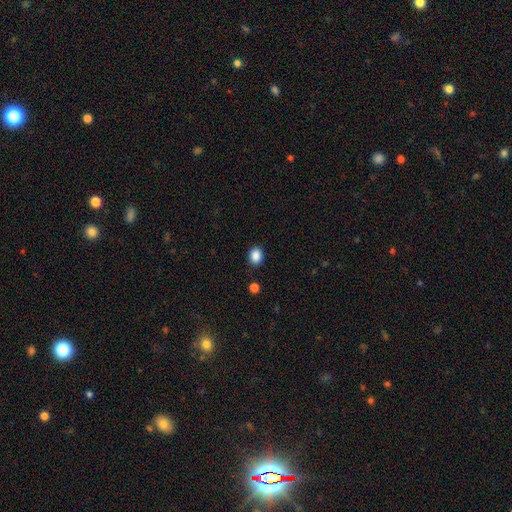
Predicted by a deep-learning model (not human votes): smooth_or_featured: smooth (p=0.88) [alt: star or artifact p=0.09]
how_rounded: in between (p=0.59) [alt: round p=0.40]
merging: none (p=0.86) [alt: minor disturbance p=0.09]